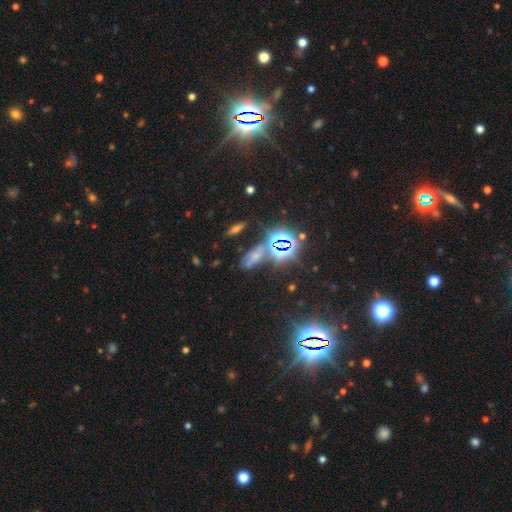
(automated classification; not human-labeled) Smooth or featured?
  - star or artifact: 49% *
  - smooth: 36%
  - featured or disk: 15%